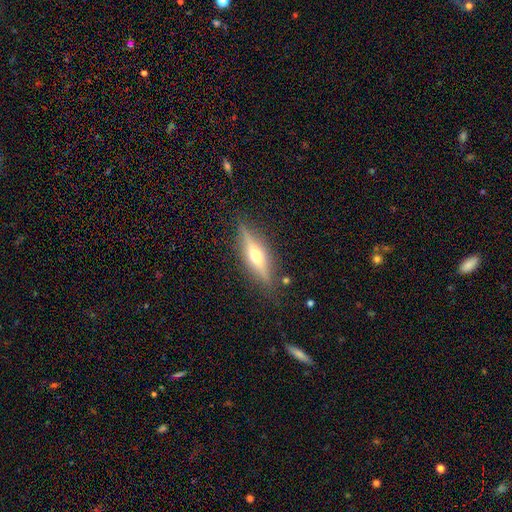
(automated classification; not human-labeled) smooth_or_featured: featured or disk (p=0.66) [alt: smooth p=0.27]
disk_edge_on: yes (p=0.94) [alt: no p=0.06]
edge_on_bulge: rounded (p=0.93) [alt: none p=0.04]
merging: none (p=0.85) [alt: minor disturbance p=0.10]